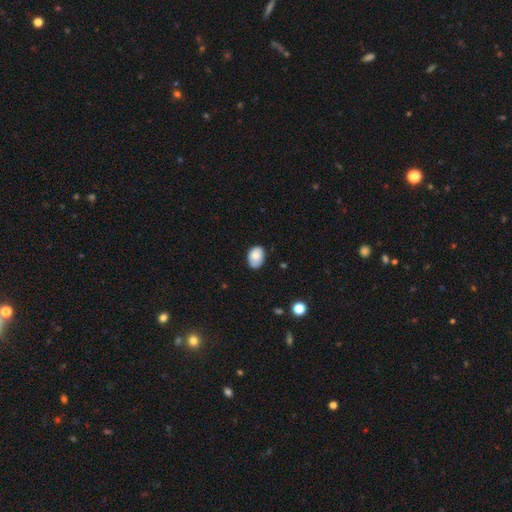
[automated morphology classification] smooth 81%, featured or disk 11%, star or artifact 8%. Down the decision tree: how rounded — in between (83%); merging — none (75%).